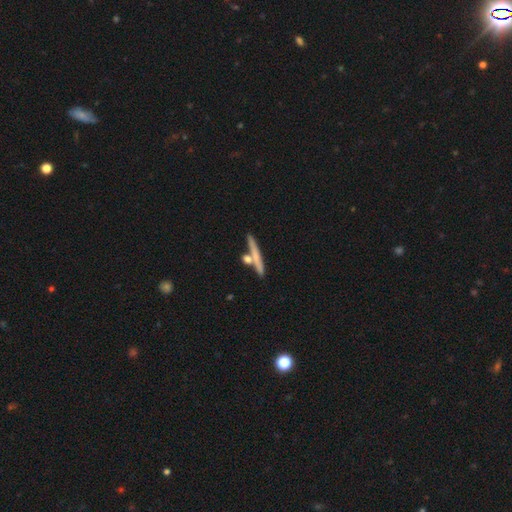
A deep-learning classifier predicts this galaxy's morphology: smooth_or_featured: smooth (p=0.54) [alt: featured or disk p=0.38]
how_rounded: cigar-shaped (p=0.88) [alt: in between p=0.06]
merging: none (p=0.69) [alt: merger p=0.17]